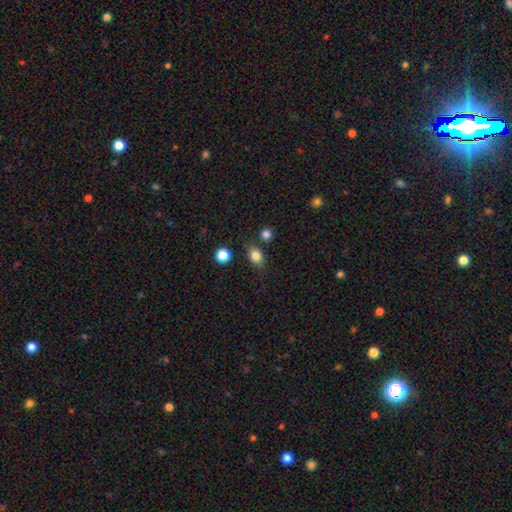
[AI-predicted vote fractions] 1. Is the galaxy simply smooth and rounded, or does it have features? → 83% smooth, 11% star or artifact, 6% featured or disk.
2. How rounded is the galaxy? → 64% in between, 35% round, 2% cigar-shaped.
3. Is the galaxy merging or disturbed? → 74% none, 15% minor disturbance, 8% merger, 4% major disturbance.